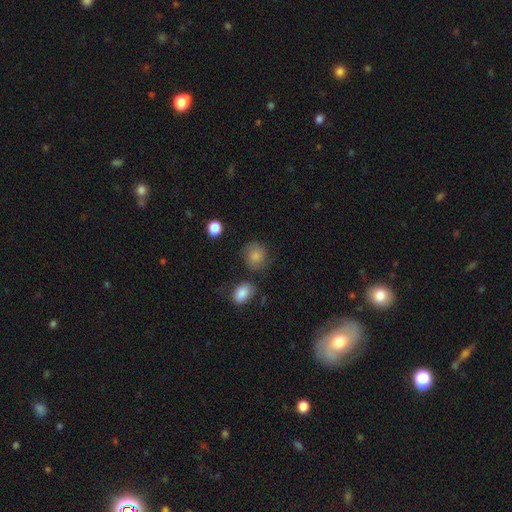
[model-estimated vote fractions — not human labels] smooth 81%, featured or disk 10%, star or artifact 9%. Down the decision tree: how rounded — round (76%); merging — none (68%).